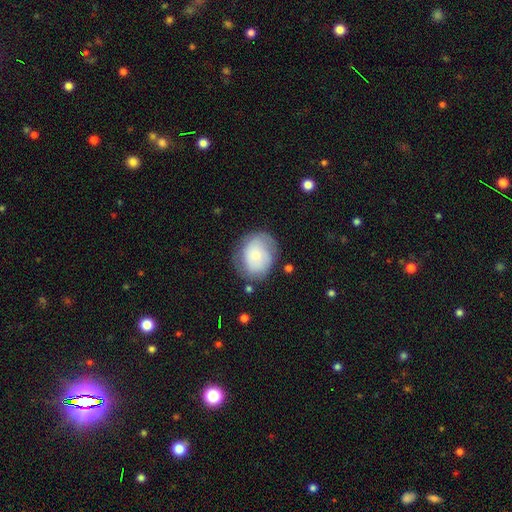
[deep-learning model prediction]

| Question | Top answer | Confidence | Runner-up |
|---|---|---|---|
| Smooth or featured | smooth | 60% | featured or disk (33%) |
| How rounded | round | 55% | in between (44%) |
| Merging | none | 62% | minor disturbance (25%) |